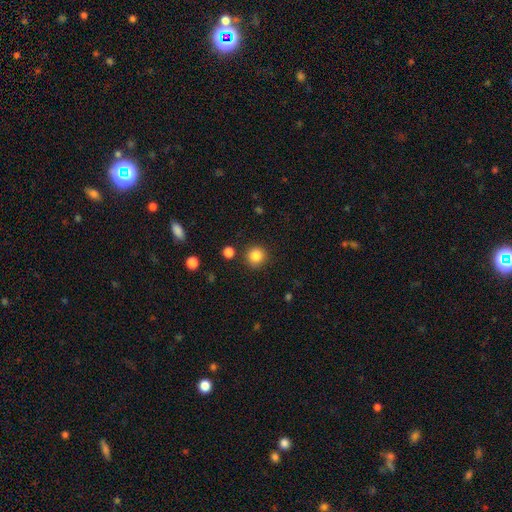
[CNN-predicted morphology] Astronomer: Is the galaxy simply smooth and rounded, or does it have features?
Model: smooth — 85%.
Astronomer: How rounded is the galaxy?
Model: round — 93%.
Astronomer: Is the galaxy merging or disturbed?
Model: none — 88%.